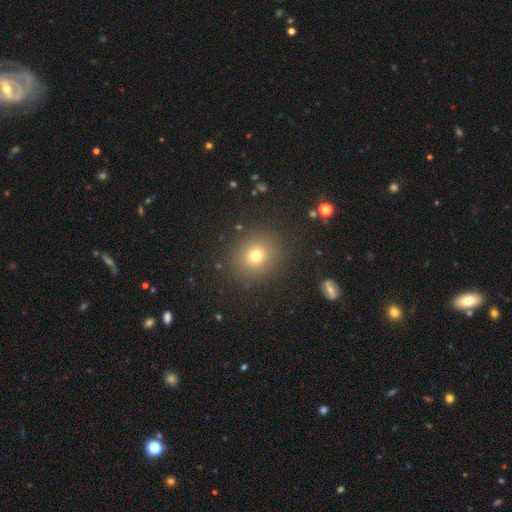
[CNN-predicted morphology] Smooth or featured? Predicted: smooth (p=0.72). How rounded? Predicted: round (p=0.84). Merging? Predicted: none (p=0.89).